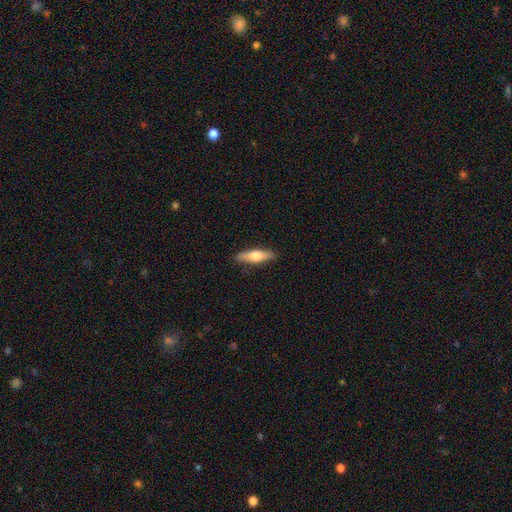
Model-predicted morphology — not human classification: Q: Smooth or featured?
A: smooth (51%); runner-up: featured or disk (43%)
Q: How rounded?
A: cigar-shaped (69%); runner-up: in between (28%)
Q: Merging?
A: none (90%); runner-up: minor disturbance (8%)